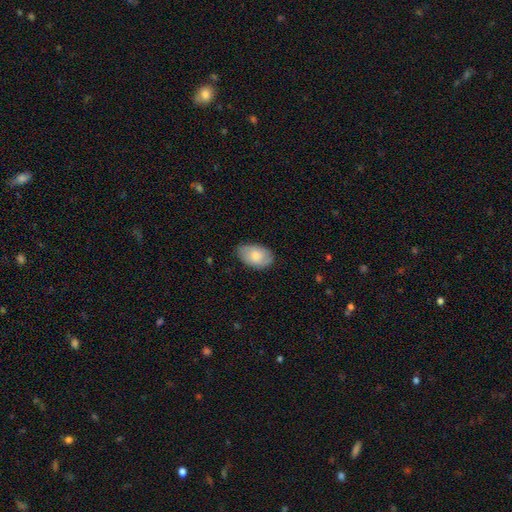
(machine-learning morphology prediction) smooth_or_featured: smooth (p=0.77) [alt: featured or disk p=0.17]
how_rounded: in between (p=0.90) [alt: round p=0.09]
merging: none (p=0.77) [alt: minor disturbance p=0.19]